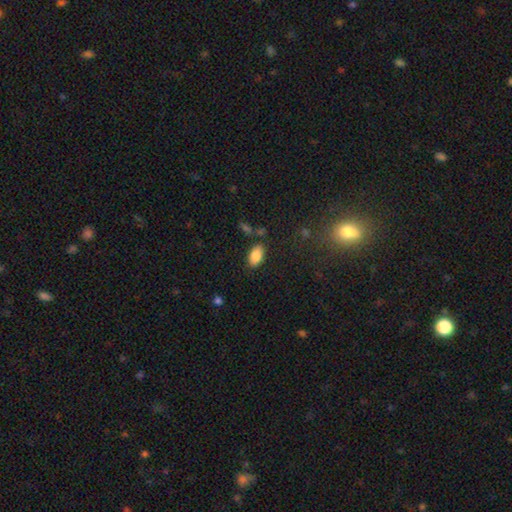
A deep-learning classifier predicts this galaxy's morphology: Smooth or featured: smooth — 87% (star or artifact — 7%)
How rounded: in between — 93% (round — 3%)
Merging: none — 81% (minor disturbance — 12%)